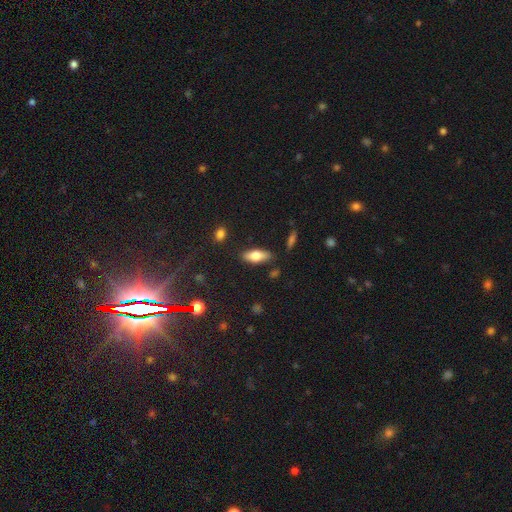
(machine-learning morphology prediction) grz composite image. It shows a smooth galaxy with no disk features (70%) that is in between round and cigar-shaped (75%). Merging: none (83%).